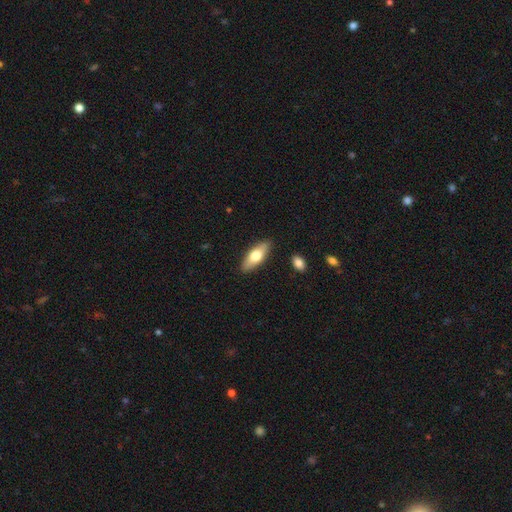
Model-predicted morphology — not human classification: smooth_or_featured: smooth (p=0.68) [alt: featured or disk p=0.27]
how_rounded: in between (p=0.67) [alt: cigar-shaped p=0.30]
merging: none (p=0.87) [alt: minor disturbance p=0.09]